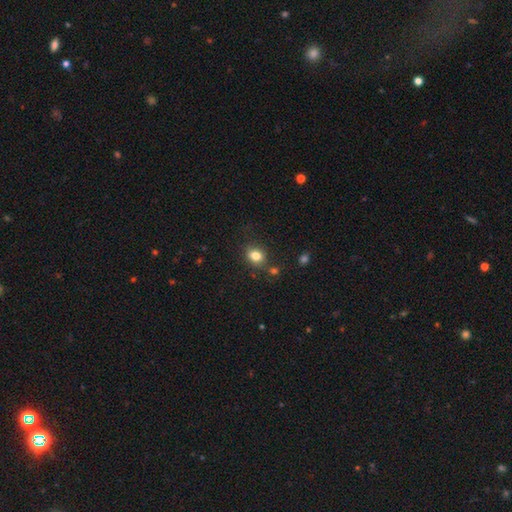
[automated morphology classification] A smooth galaxy with no disk features (81%) that is round (52%).

Vote fractions:
- Smooth or featured? smooth: 81% / star or artifact: 11% / featured or disk: 8%
- How rounded? round: 52% / in between: 47% / cigar-shaped: 1%
- Merging? none: 73% / minor disturbance: 15% / merger: 8% / major disturbance: 5%